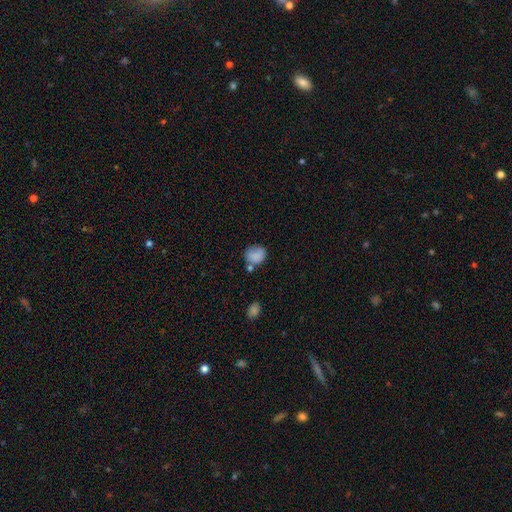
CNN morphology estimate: smooth-or-featured: smooth: 82% | star or artifact: 10% | featured or disk: 9%
  how-rounded: round: 65% | in between: 34% | cigar-shaped: 1%
  merging: none: 54% | minor disturbance: 24% | merger: 12% | major disturbance: 10%